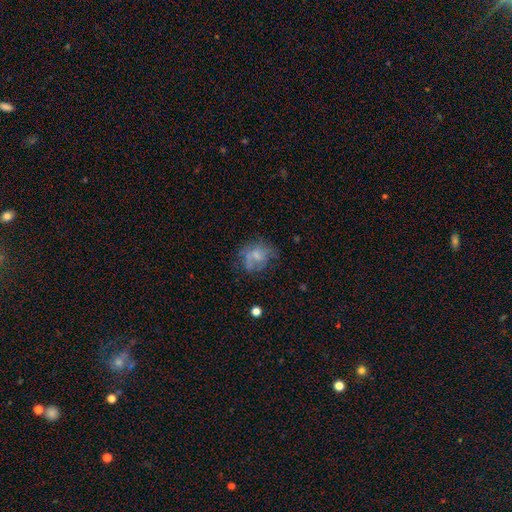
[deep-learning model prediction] Overall: smooth (46%; featured or disk 41%). Merging: none (46%; major disturbance 26%).